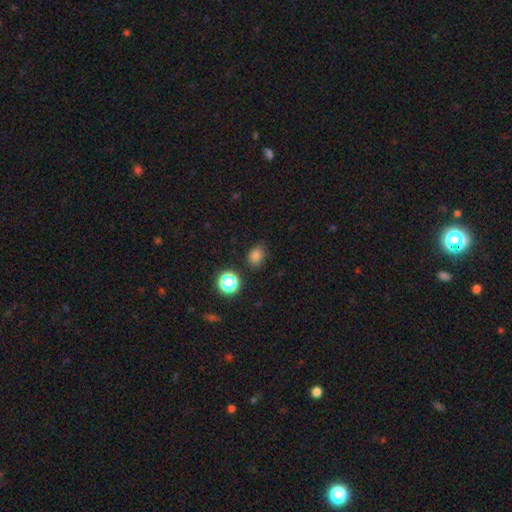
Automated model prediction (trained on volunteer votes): A smooth galaxy with no disk features (78%) that is round (57%).

Vote fractions:
- Smooth or featured? smooth: 78% / star or artifact: 17% / featured or disk: 5%
- How rounded? round: 57% / in between: 42% / cigar-shaped: 1%
- Merging? none: 81% / minor disturbance: 13% / major disturbance: 3% / merger: 3%